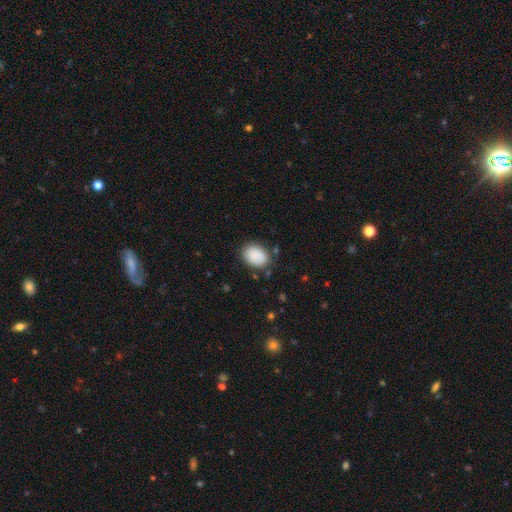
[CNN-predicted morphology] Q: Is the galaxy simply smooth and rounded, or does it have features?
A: smooth — 88%.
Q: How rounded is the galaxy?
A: in between — 71%.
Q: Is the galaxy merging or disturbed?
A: none — 80%.